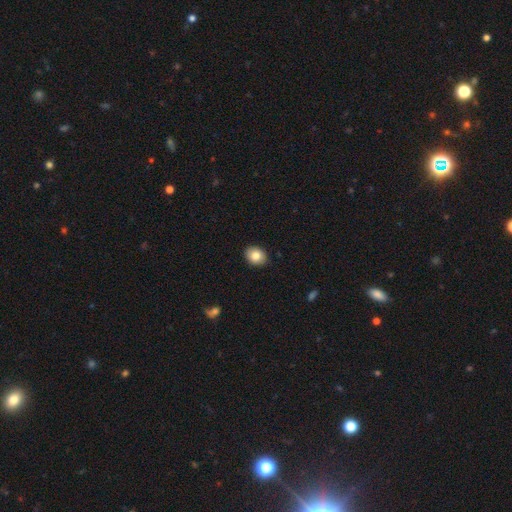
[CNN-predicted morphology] Smooth or featured: smooth — 83% (featured or disk — 9%)
How rounded: in between — 53% (round — 46%)
Merging: none — 89% (minor disturbance — 8%)